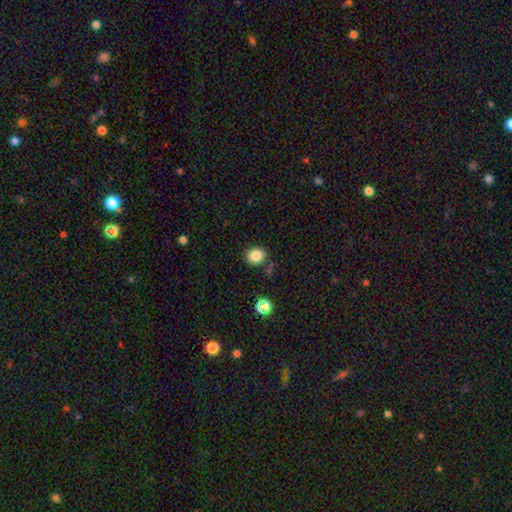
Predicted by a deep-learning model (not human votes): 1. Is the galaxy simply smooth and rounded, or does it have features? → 83% smooth, 11% star or artifact, 6% featured or disk.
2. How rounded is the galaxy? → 68% round, 31% in between, 1% cigar-shaped.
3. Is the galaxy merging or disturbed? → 79% none, 12% minor disturbance, 6% merger, 3% major disturbance.